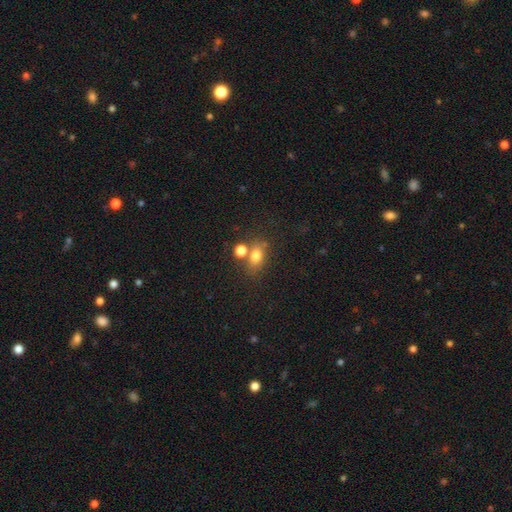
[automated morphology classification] Smooth or featured? Predicted: smooth (p=0.76). How rounded? Predicted: in between (p=0.65). Merging? Predicted: none (p=0.56).